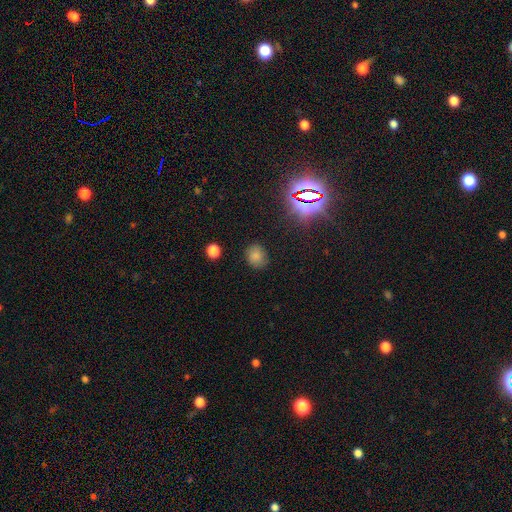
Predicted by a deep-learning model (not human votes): Morphology: type=smooth (78%); roundness=round (58%); merging=none (83%).